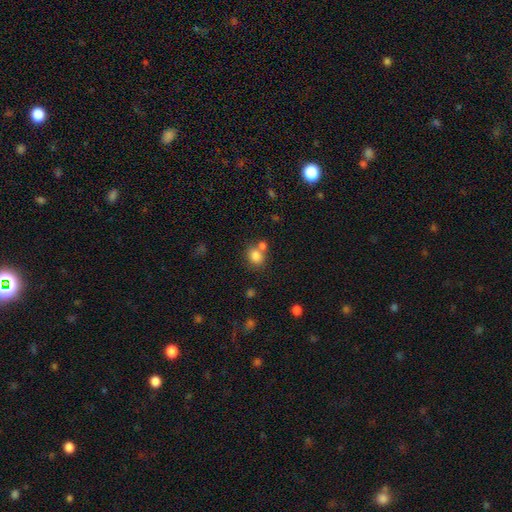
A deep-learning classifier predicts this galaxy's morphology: smooth 82%, star or artifact 11%, featured or disk 7%. Down the decision tree: how rounded — round (62%); merging — none (56%).